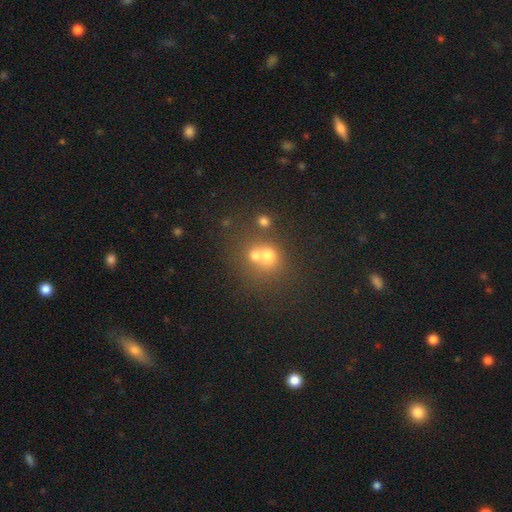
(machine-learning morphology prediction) Overall: smooth (65%). How rounded: round (77%). Merging: merger (57%; none 32%).